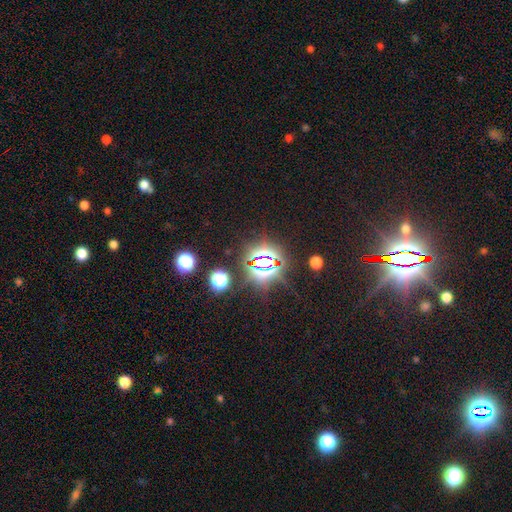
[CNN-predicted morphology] smooth_or_featured: star or artifact (p=0.85) [alt: smooth p=0.09]